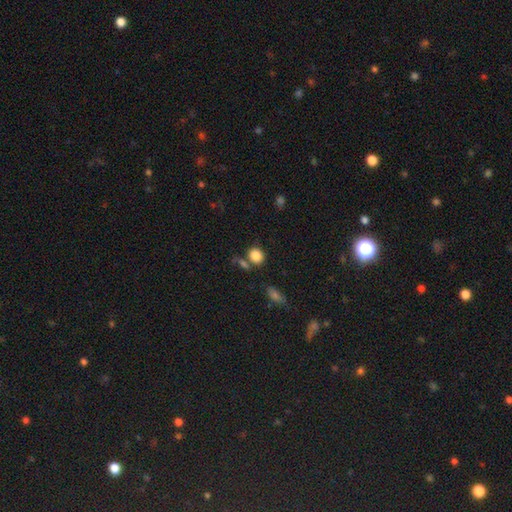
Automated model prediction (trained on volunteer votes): Smooth or featured? Predicted: smooth (p=0.85). How rounded? Predicted: round (p=0.65). Merging? Predicted: none (p=0.67).